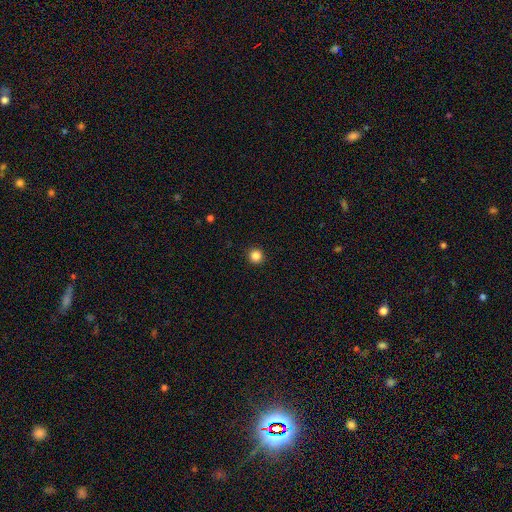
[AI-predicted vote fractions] smooth_or_featured: smooth (p=0.85) [alt: star or artifact p=0.11]
how_rounded: round (p=0.96) [alt: in between p=0.03]
merging: none (p=0.94) [alt: minor disturbance p=0.04]